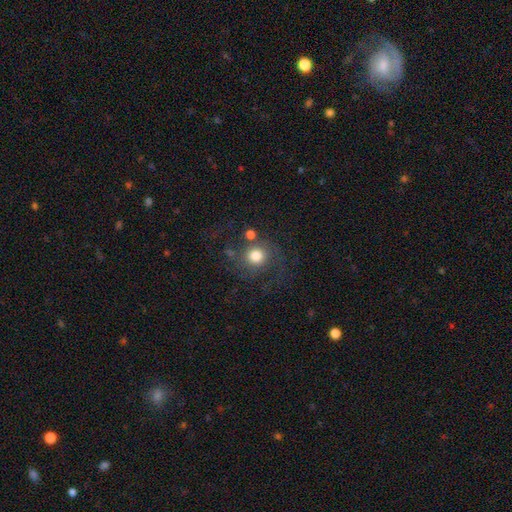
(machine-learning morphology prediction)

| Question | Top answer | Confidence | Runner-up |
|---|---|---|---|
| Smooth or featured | smooth | 59% | featured or disk (31%) |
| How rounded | round | 87% | in between (12%) |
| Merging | none | 56% | major disturbance (18%) |